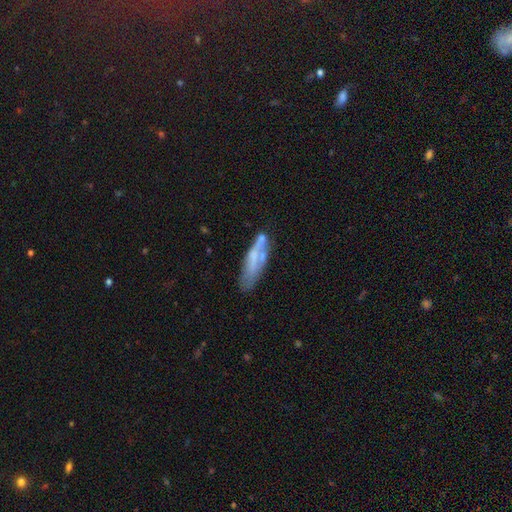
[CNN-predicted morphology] The model was most divided on "smooth or featured": smooth: 48%, featured or disk: 44%, star or artifact: 8%. More confident: merging — none (53%).